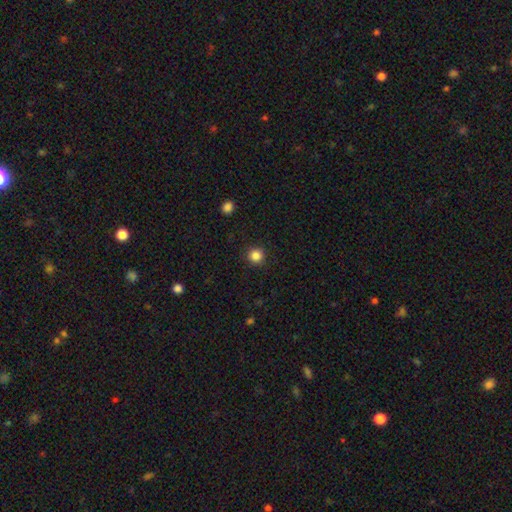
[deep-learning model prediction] Smooth or featured? smooth (85%)
How rounded? round (94%)
Merging? none (92%)